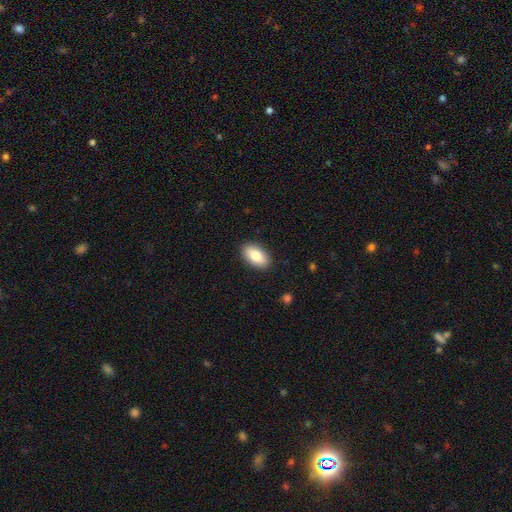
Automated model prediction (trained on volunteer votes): A smooth galaxy with no disk features (82%) that is in between round and cigar-shaped (93%). Merging: none (89%).